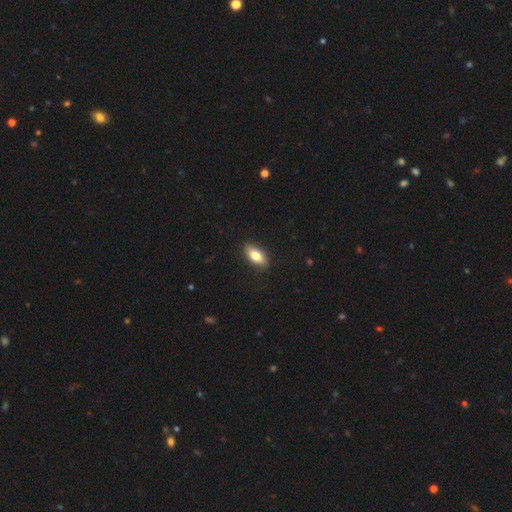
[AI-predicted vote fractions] Morphology: type=smooth (76%); roundness=in between (83%); merging=none (88%).